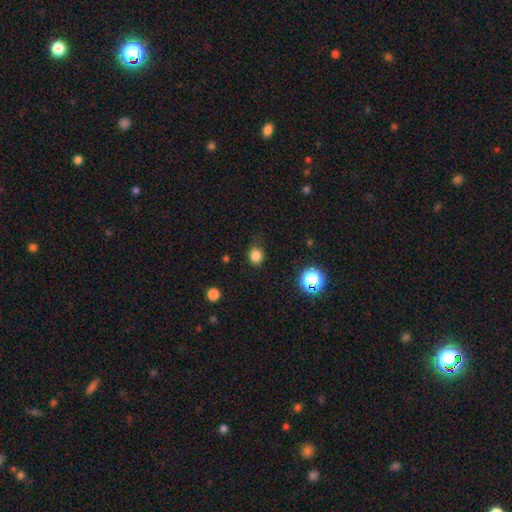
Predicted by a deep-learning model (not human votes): Q: Smooth or featured?
A: smooth (81%); runner-up: star or artifact (15%)
Q: How rounded?
A: round (75%); runner-up: in between (24%)
Q: Merging?
A: none (78%); runner-up: minor disturbance (16%)